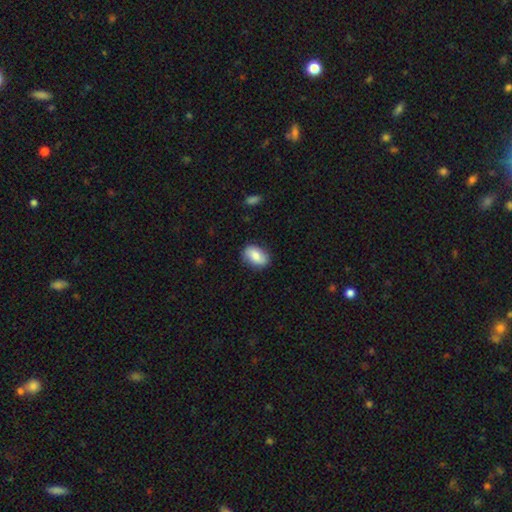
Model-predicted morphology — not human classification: Smooth or featured? smooth (77%)
How rounded? in between (86%)
Merging? none (81%)